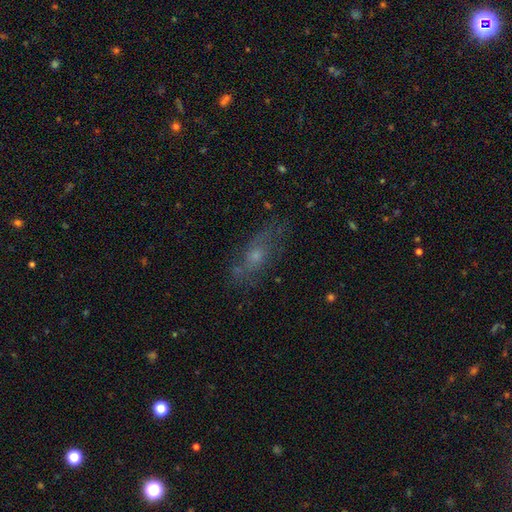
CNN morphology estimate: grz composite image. It shows a featured or disk galaxy (47%). Merging: none (67%).